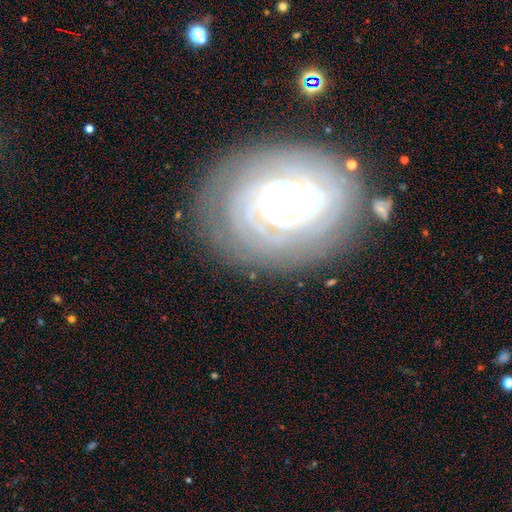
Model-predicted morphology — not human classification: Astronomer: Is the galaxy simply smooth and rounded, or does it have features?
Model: featured or disk — 75%.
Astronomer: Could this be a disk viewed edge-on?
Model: no — 96%.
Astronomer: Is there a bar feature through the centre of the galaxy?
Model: weak — 40% (runner-up: no, 35%).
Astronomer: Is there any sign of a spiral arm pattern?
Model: yes — 91%.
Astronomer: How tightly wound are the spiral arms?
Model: tight — 78%.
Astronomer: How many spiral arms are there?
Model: can't tell — 39% (runner-up: 2, 22%).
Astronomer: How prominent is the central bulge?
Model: moderate — 40% (runner-up: small, 30%).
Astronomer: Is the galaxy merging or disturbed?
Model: none — 79%.